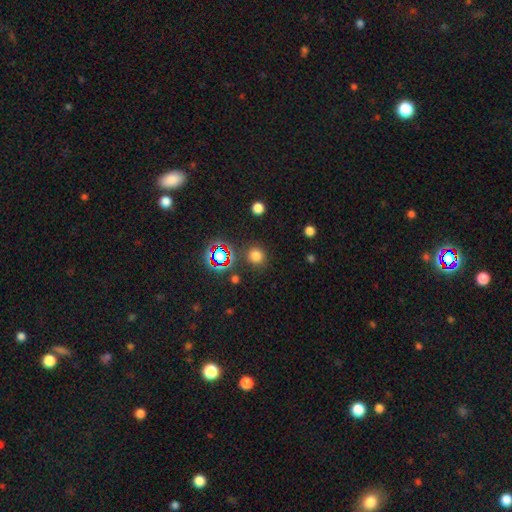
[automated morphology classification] Smooth or featured? smooth (72%)
How rounded? round (88%)
Merging? none (86%)